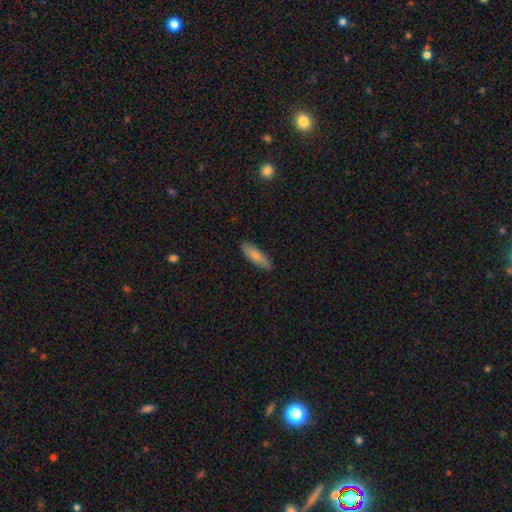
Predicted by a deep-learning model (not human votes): Overall: smooth (81%). How rounded: in between (50%; cigar-shaped 49%). Merging: none (87%).